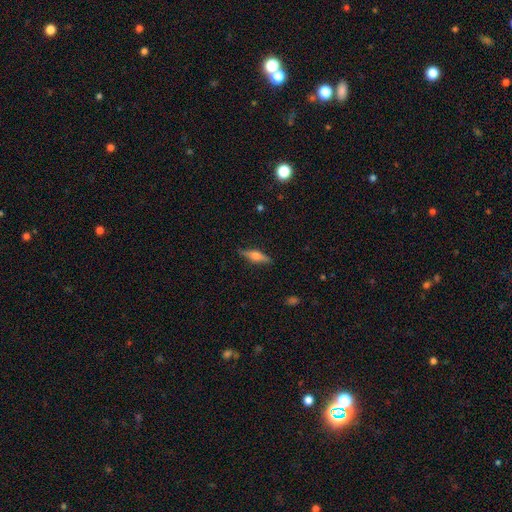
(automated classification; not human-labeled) featured or disk 58%, smooth 35%, star or artifact 7%. Down the decision tree: edge-on disk — yes (95%); edge-on bulge — rounded (90%); merging — none (87%).